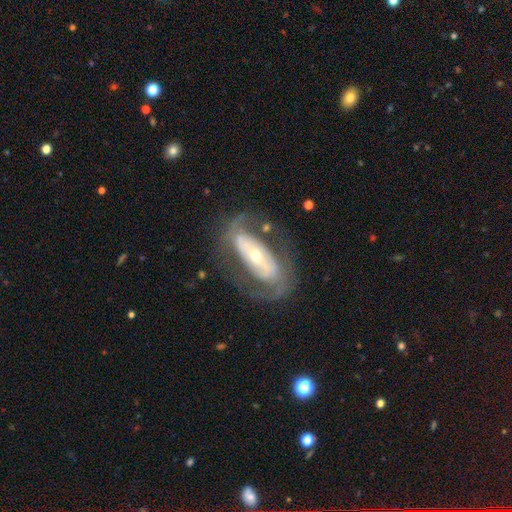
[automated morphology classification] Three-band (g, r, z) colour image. It shows a featured or disk galaxy (81%) with a strong bar (42%), 2 (76%) medium (41%) spiral arms (79%) and a small central bulge (60%). Merging: none (66%).